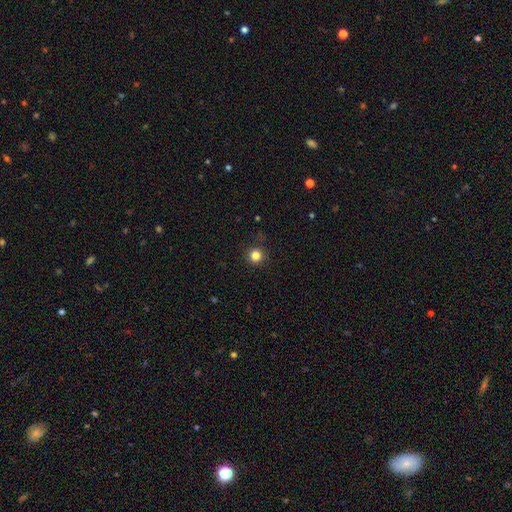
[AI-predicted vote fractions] A smooth galaxy with no disk features (83%) that is round (95%).

Vote fractions:
- Smooth or featured? smooth: 83% / star or artifact: 13% / featured or disk: 4%
- How rounded? round: 95% / in between: 4% / cigar-shaped: 1%
- Merging? none: 90% / minor disturbance: 7% / major disturbance: 2% / merger: 1%